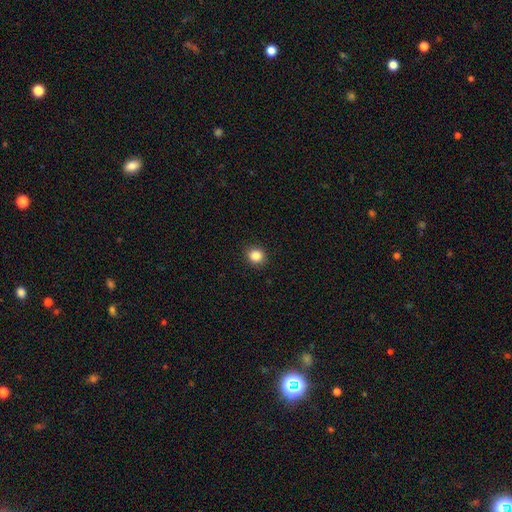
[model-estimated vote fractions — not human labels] This appears to be a smooth galaxy with no disk features (86%) that is round (84%). Merging: none (91%).